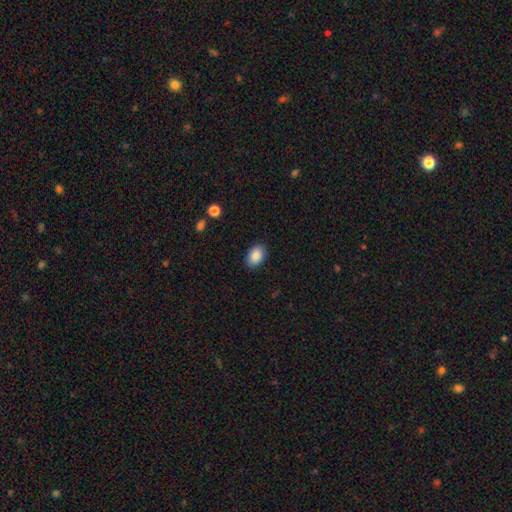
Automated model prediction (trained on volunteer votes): This appears to be a smooth galaxy with no disk features (88%) that is in between round and cigar-shaped (85%). Merging: none (88%).